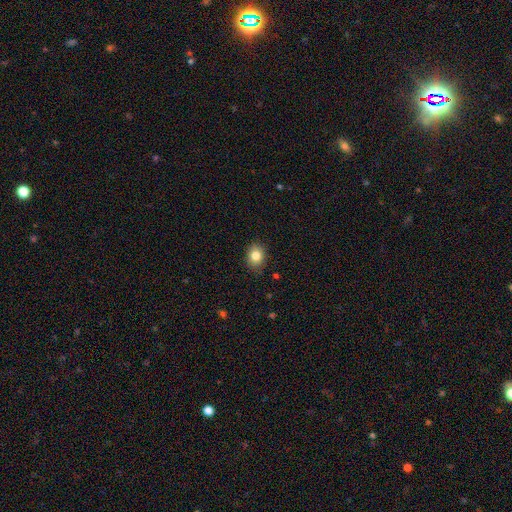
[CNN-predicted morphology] The model was most divided on "how rounded": round: 50%, in between: 49%, cigar-shaped: 1%. More confident: merging — none (85%); smooth or featured — smooth (83%).